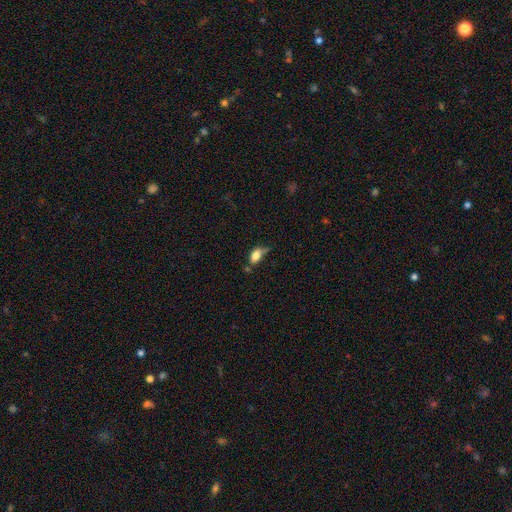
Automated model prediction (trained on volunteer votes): A smooth galaxy with no disk features (74%) that is in between round and cigar-shaped (83%). Merging: none (36%, tied with minor disturbance).